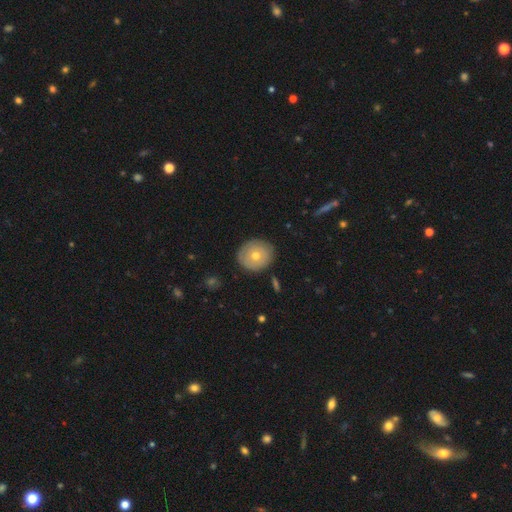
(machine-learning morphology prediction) smooth-or-featured: smooth: 59% | featured or disk: 33% | star or artifact: 8%
  how-rounded: round: 84% | in between: 15% | cigar-shaped: 1%
  merging: none: 87% | minor disturbance: 10% | major disturbance: 2% | merger: 1%